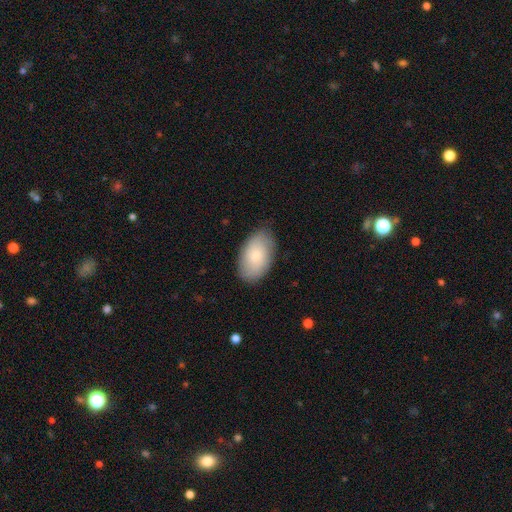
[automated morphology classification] Smooth or featured? smooth (74%)
How rounded? in between (93%)
Merging? none (83%)